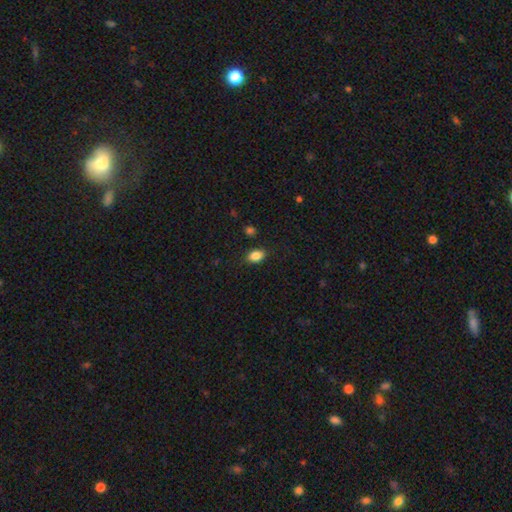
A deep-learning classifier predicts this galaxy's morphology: smooth 85%, star or artifact 9%, featured or disk 6%. Down the decision tree: how rounded — in between (81%); merging — none (85%).